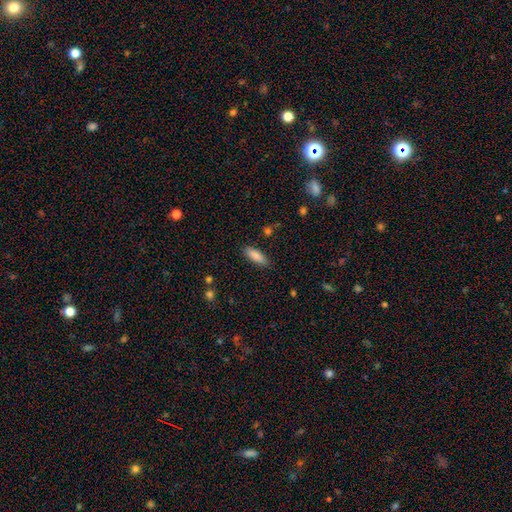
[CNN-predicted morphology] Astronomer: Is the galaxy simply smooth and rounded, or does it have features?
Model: smooth — 85%.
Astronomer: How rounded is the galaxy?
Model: in between — 62%.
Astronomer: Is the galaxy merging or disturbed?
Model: none — 85%.